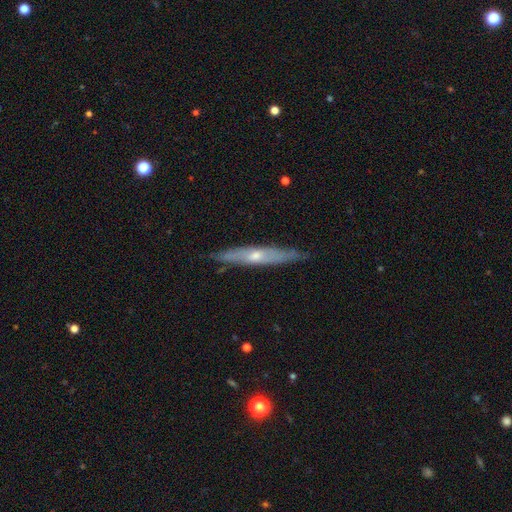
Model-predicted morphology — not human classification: Smooth or featured?
  - featured or disk: 65% *
  - smooth: 29%
  - star or artifact: 6%
Edge-on disk?
  - yes: 84% *
  - no: 16%
Edge-on bulge?
  - rounded: 73% *
  - none: 24%
  - boxy: 3%
Merging?
  - none: 83% *
  - minor disturbance: 14%
  - major disturbance: 2%
  - merger: 1%